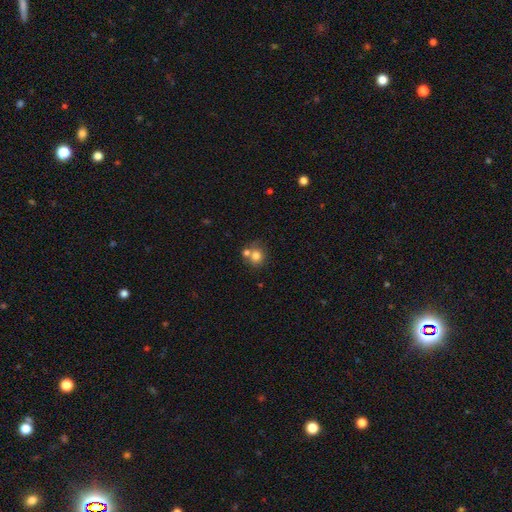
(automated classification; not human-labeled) smooth_or_featured: smooth (p=0.77) [alt: featured or disk p=0.12]
how_rounded: round (p=0.82) [alt: in between p=0.17]
merging: none (p=0.49) [alt: merger p=0.37]